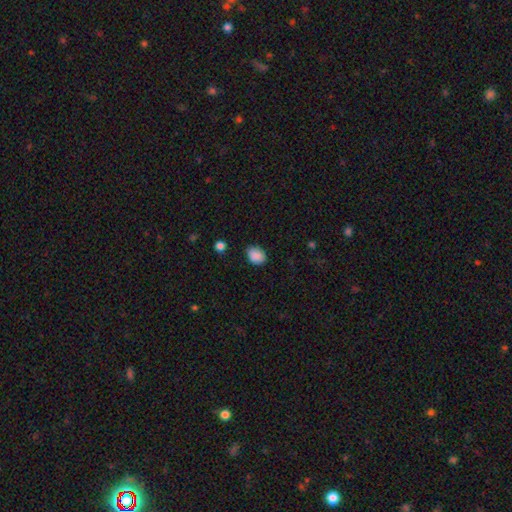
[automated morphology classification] The model was most divided on "how rounded": in between: 67%, round: 32%, cigar-shaped: 1%. More confident: smooth or featured — smooth (88%); merging — none (76%).